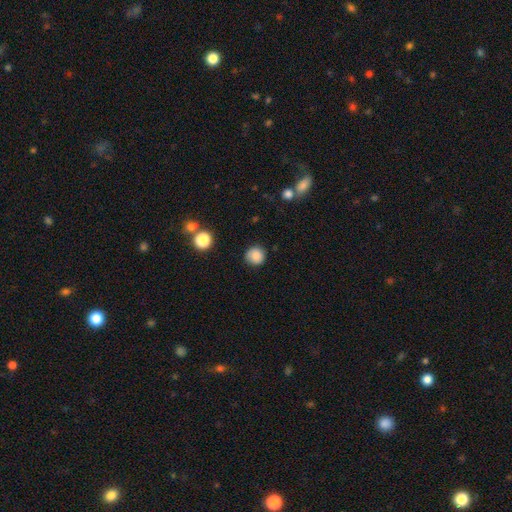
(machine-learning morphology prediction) Overall: smooth (85%). How rounded: round (92%). Merging: none (86%).